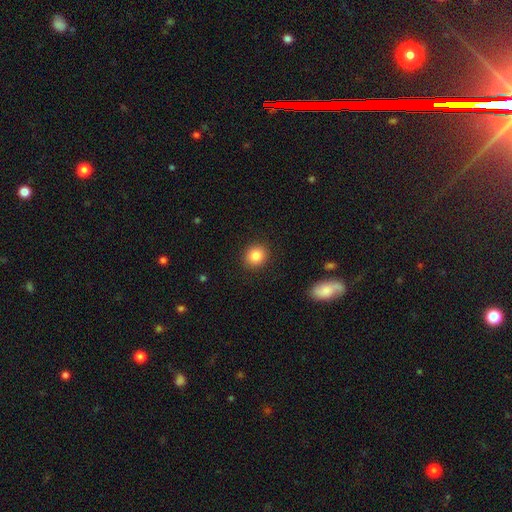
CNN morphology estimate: type=smooth (85%); roundness=round (80%); merging=none (90%).